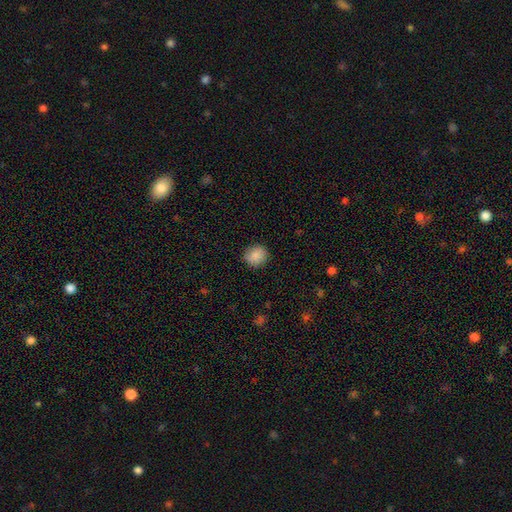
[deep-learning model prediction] This is clearly a smooth galaxy (88%). How rounded: clearly round (84%). Merging: clearly none (88%).